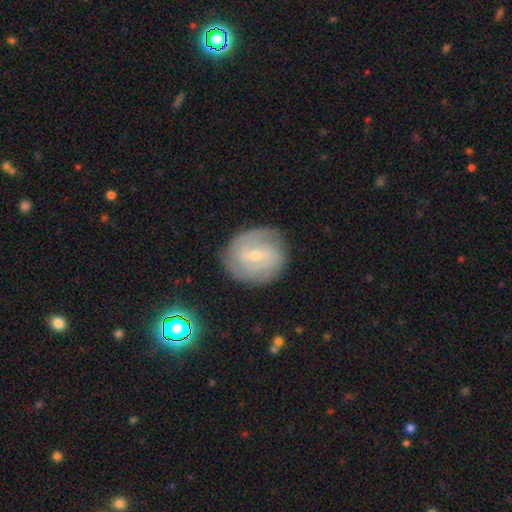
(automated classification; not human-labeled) This appears to be a featured or disk galaxy (75%) with a weak bar (53%), 2 (45%) tight (58%) spiral arms (90%) and a small central bulge (68%). Merging: none (79%).